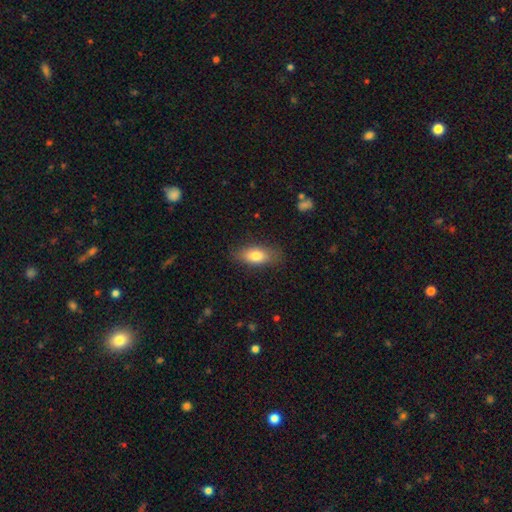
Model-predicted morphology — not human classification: This appears to be a smooth galaxy with no disk features (78%) that is in between round and cigar-shaped (82%). Merging: none (81%).